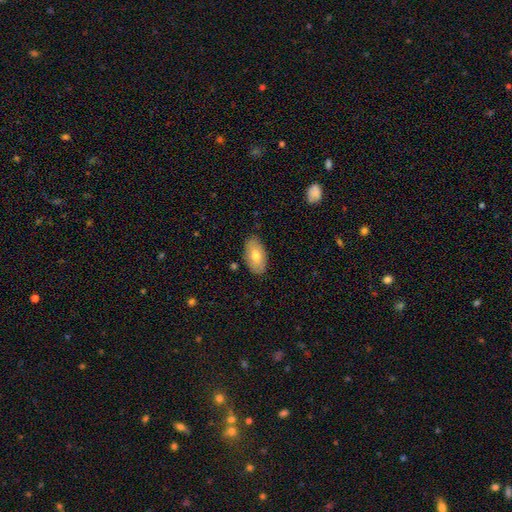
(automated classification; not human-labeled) A smooth galaxy with no disk features (70%) that is in between round and cigar-shaped (94%).

Vote fractions:
- Smooth or featured? smooth: 70% / featured or disk: 23% / star or artifact: 6%
- How rounded? in between: 94% / round: 4% / cigar-shaped: 2%
- Merging? none: 84% / minor disturbance: 12% / major disturbance: 2% / merger: 1%